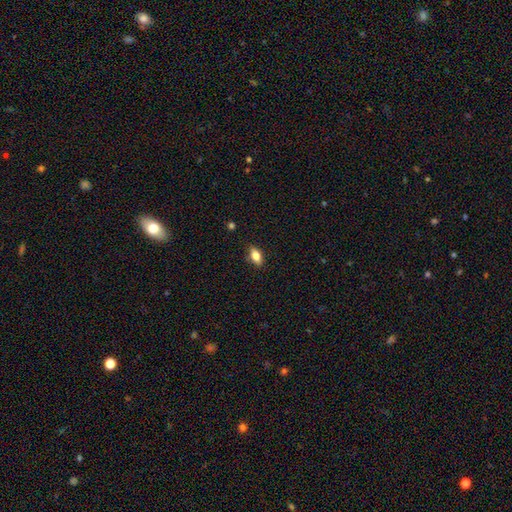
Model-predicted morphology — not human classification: type=smooth (70%); roundness=in between (83%); merging=none (84%).